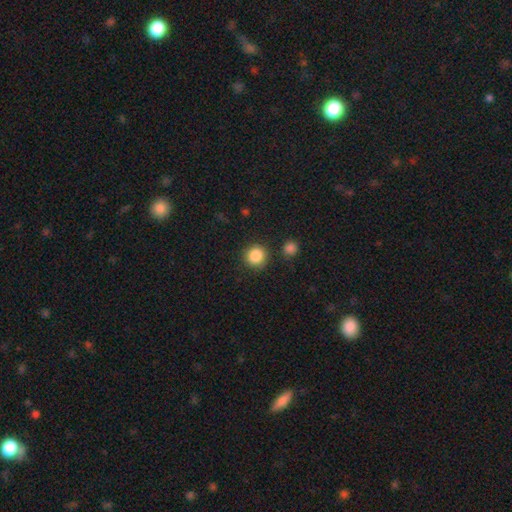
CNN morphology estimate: A smooth galaxy with no disk features (87%) that is round (92%).

Vote fractions:
- Smooth or featured? smooth: 87% / star or artifact: 10% / featured or disk: 4%
- How rounded? round: 92% / in between: 7% / cigar-shaped: 1%
- Merging? none: 87% / minor disturbance: 7% / merger: 4% / major disturbance: 3%